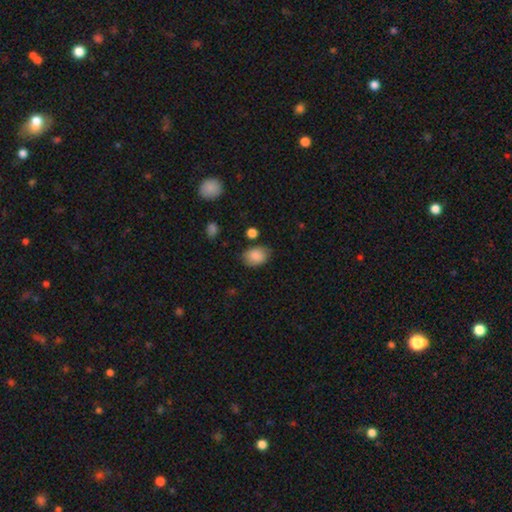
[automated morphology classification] The model was most divided on "how rounded": in between: 77%, round: 22%, cigar-shaped: 1%. More confident: smooth or featured — smooth (85%); merging — none (74%).